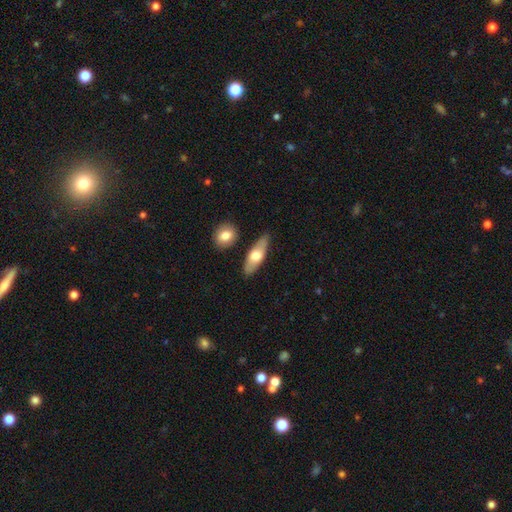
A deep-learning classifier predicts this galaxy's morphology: Smooth or featured? Predicted: smooth (p=0.60). How rounded? Predicted: in between (p=0.61). Merging? Predicted: none (p=0.79).